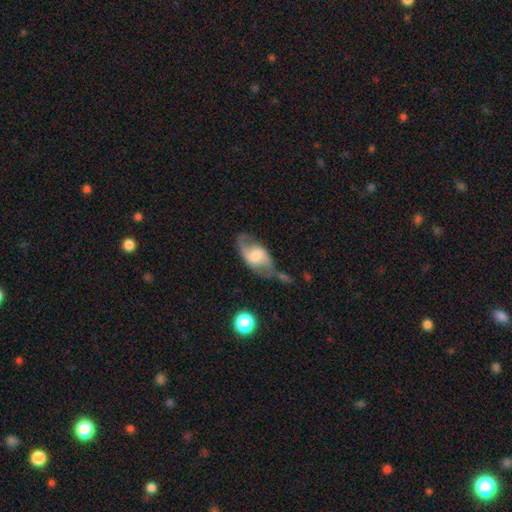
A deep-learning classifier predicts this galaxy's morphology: Smooth or featured? Predicted: featured or disk (p=0.65). Edge-on disk? Predicted: no (p=0.92). Bar? Predicted: weak (p=0.45). Spiral arms? Predicted: yes (p=0.84). Spiral winding? Predicted: loose (p=0.57). Spiral arm count? Predicted: 2 (p=0.82). Bulge size? Predicted: moderate (p=0.34). Merging? Predicted: none (p=0.43).